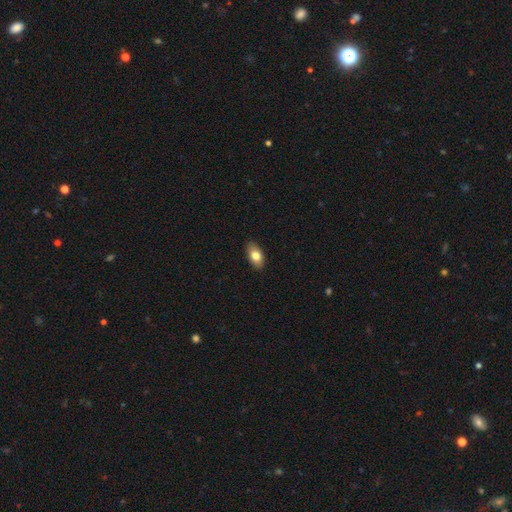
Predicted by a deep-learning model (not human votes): smooth_or_featured: smooth (p=0.78) [alt: featured or disk p=0.16]
how_rounded: in between (p=0.90) [alt: round p=0.05]
merging: none (p=0.88) [alt: minor disturbance p=0.09]